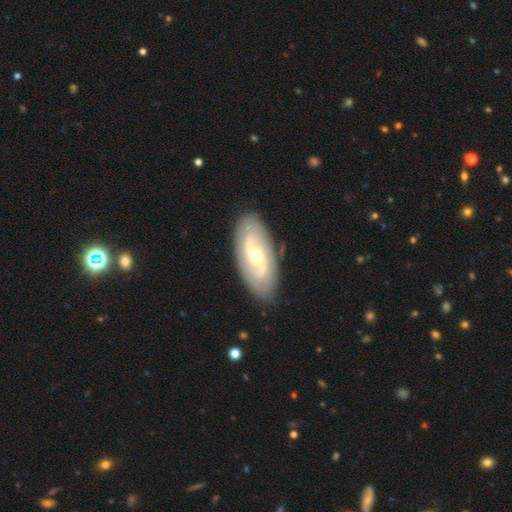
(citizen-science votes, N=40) Overall: featured or disk (75%). Edge-on disk: no (90%). Bar: no (41%; weak 37%). Spiral arms: yes (89%). Spiral arm count: 2 (92%). Spiral winding: loose (42%; tight 29%). Bulge size: moderate (48%, tied with small). Merging: none (90%).